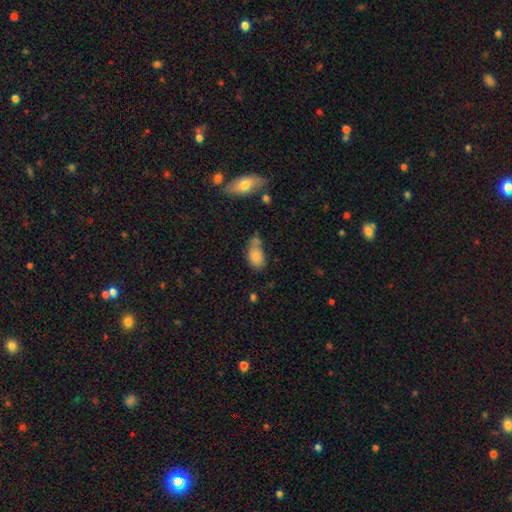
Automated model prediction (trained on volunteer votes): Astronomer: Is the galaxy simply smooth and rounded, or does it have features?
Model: smooth — 82%.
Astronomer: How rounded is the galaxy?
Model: in between — 87%.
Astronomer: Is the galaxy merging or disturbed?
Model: none — 40% (runner-up: merger, 29%).